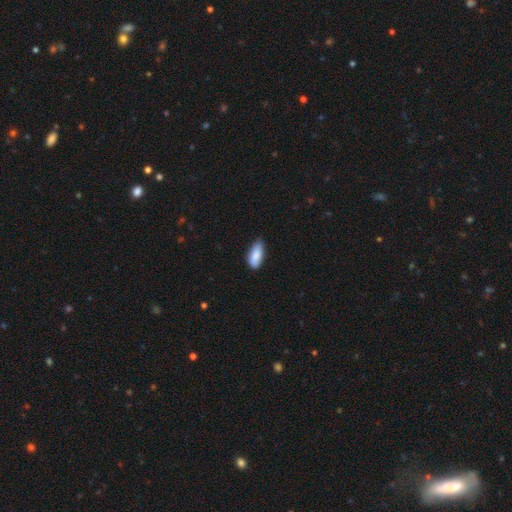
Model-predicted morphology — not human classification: This appears to be a smooth galaxy with no disk features (85%) that is in between round and cigar-shaped (86%). Merging: none (66%).